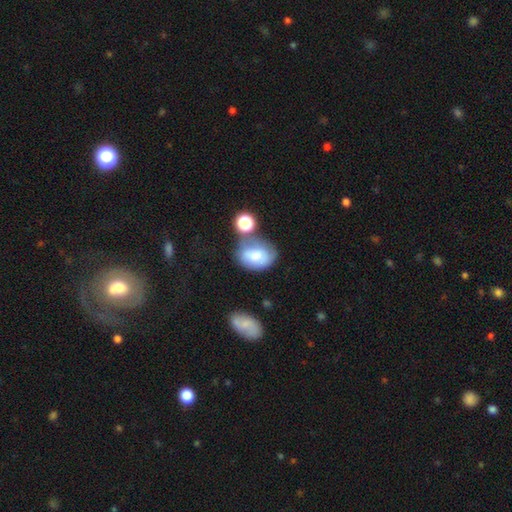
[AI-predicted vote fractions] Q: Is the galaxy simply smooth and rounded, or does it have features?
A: smooth — 70%.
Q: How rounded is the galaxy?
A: in between — 70%.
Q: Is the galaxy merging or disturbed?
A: none — 36%.